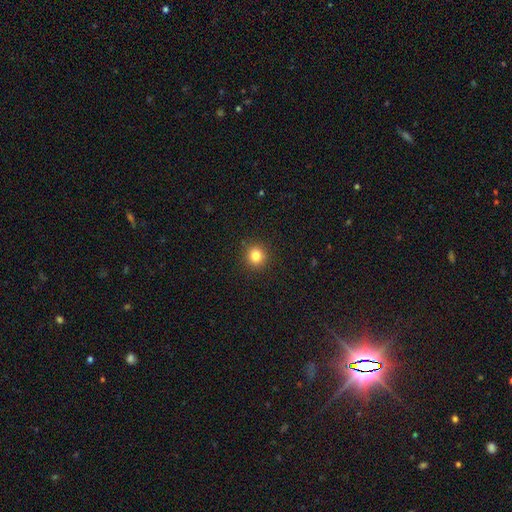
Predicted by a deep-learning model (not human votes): A smooth galaxy with no disk features (82%) that is round (90%). Merging: none (91%).